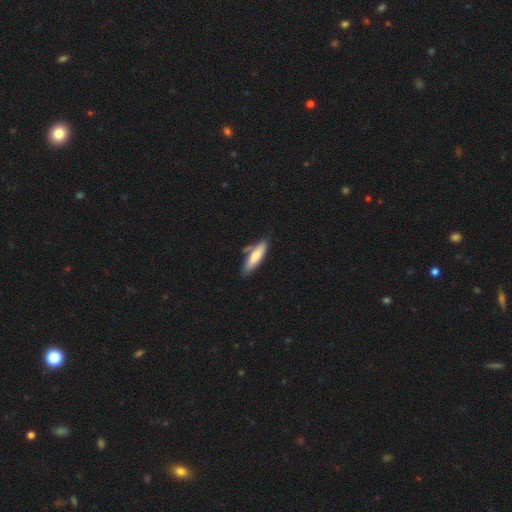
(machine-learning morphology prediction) smooth_or_featured: smooth (p=0.75) [alt: featured or disk p=0.19]
how_rounded: cigar-shaped (p=0.65) [alt: in between p=0.33]
merging: none (p=0.66) [alt: minor disturbance p=0.18]